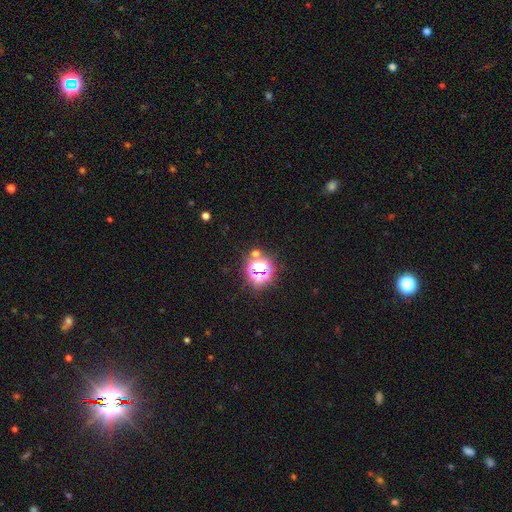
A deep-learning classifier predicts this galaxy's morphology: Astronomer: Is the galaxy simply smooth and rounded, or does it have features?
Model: star or artifact — 73%.